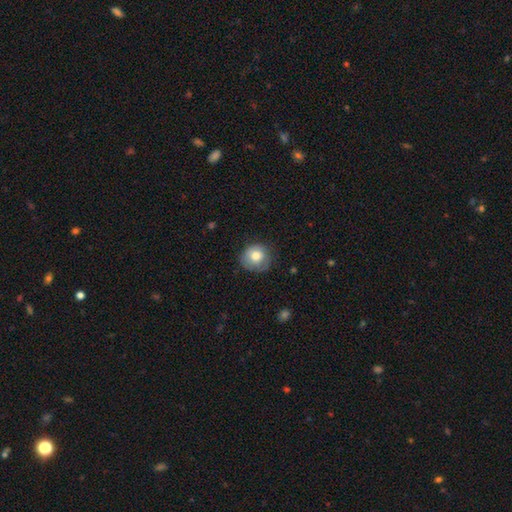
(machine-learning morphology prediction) A smooth galaxy with no disk features (75%) that is round (85%). Merging: none (66%).